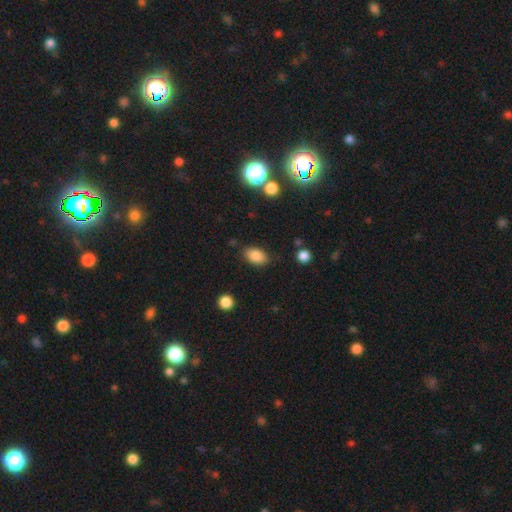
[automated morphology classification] Smooth or featured?
  - smooth: 85% *
  - star or artifact: 9%
  - featured or disk: 7%
How rounded?
  - in between: 89% *
  - round: 9%
  - cigar-shaped: 2%
Merging?
  - none: 82% *
  - minor disturbance: 12%
  - major disturbance: 3%
  - merger: 2%